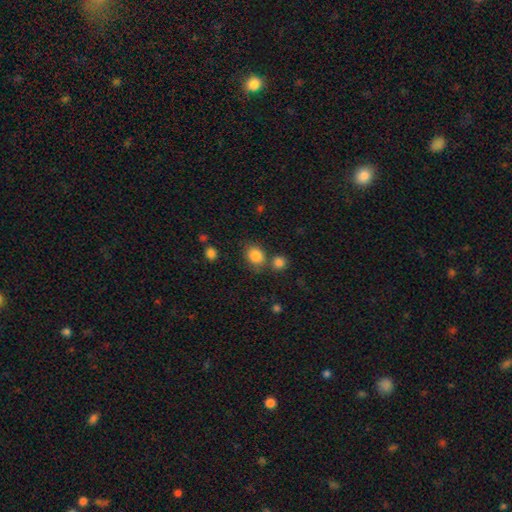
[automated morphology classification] Smooth or featured? smooth (85%)
How rounded? round (56%)
Merging? none (67%)